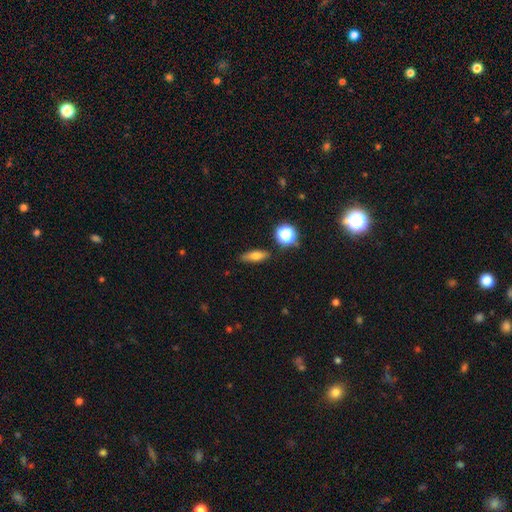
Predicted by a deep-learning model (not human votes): Overall: smooth (71%). How rounded: in between (51%; cigar-shaped 39%). Merging: none (85%).